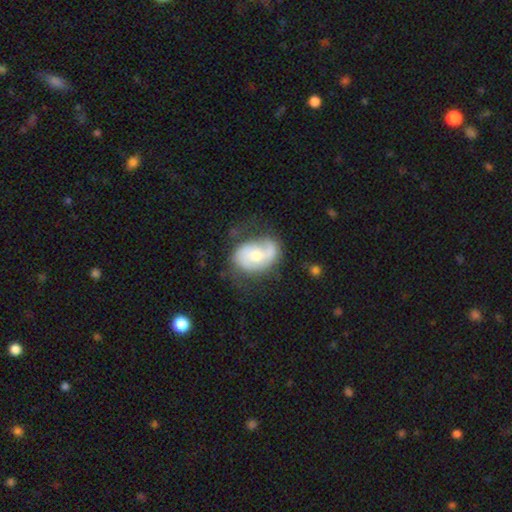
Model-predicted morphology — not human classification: This appears to be a featured or disk galaxy (66%) with no bar (61%), 2 (65%) medium (41%) spiral arms (83%) and a moderate central bulge (63%). Merging: none (54%).